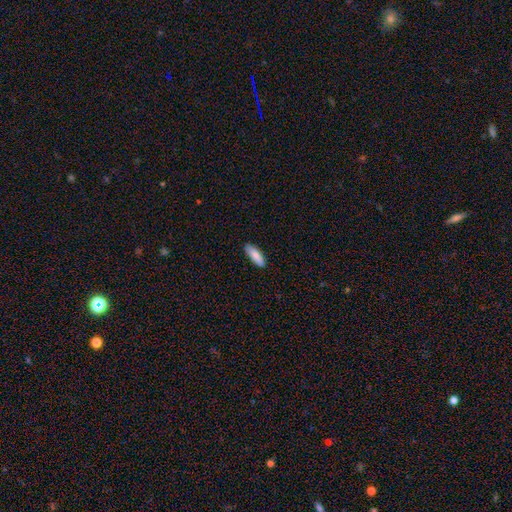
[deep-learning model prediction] smooth-or-featured: smooth: 85% | featured or disk: 9% | star or artifact: 6%
  how-rounded: in between: 59% | cigar-shaped: 40% | round: 2%
  merging: none: 87% | minor disturbance: 10% | major disturbance: 2% | merger: 1%